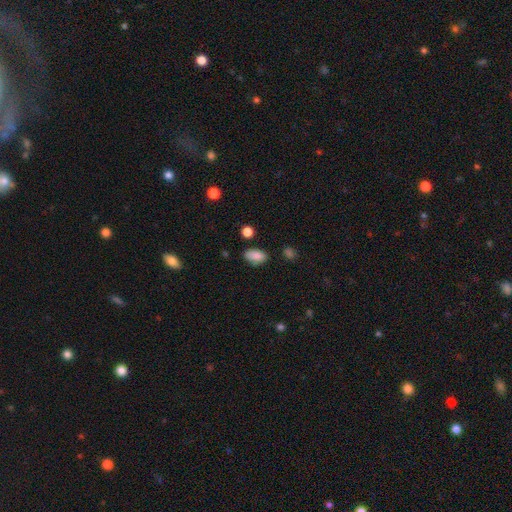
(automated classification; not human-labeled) Morphology: type=smooth (86%); roundness=in between (91%); merging=none (75%).